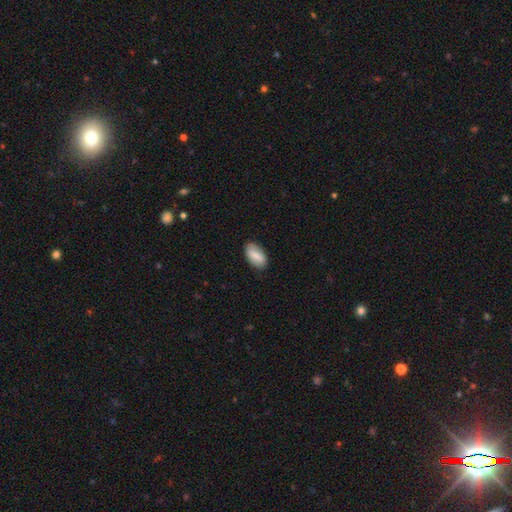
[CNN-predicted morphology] Smooth or featured?
  - smooth: 72% *
  - featured or disk: 21%
  - star or artifact: 6%
How rounded?
  - in between: 92% *
  - cigar-shaped: 4%
  - round: 4%
Merging?
  - none: 84% *
  - minor disturbance: 12%
  - major disturbance: 2%
  - merger: 1%